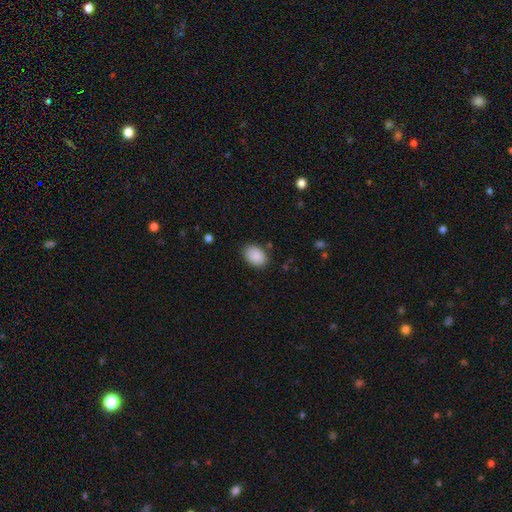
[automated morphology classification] smooth 89%, star or artifact 7%, featured or disk 5%. Down the decision tree: how rounded — in between (81%); merging — none (83%).